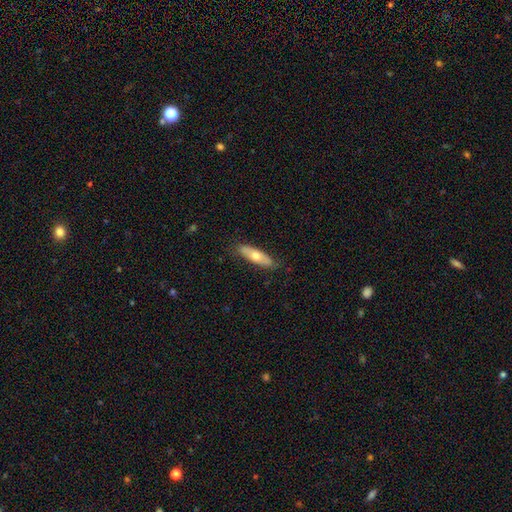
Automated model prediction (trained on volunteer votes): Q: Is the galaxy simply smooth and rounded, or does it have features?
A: smooth — 60%.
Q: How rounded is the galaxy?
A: in between — 53%.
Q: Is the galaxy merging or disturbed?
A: none — 82%.